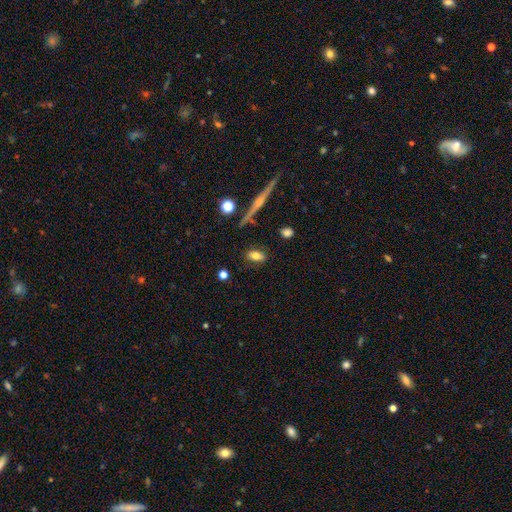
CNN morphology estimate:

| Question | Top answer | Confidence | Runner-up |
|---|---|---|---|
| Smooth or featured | smooth | 74% | featured or disk (17%) |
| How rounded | in between | 84% | cigar-shaped (9%) |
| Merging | none | 82% | minor disturbance (12%) |